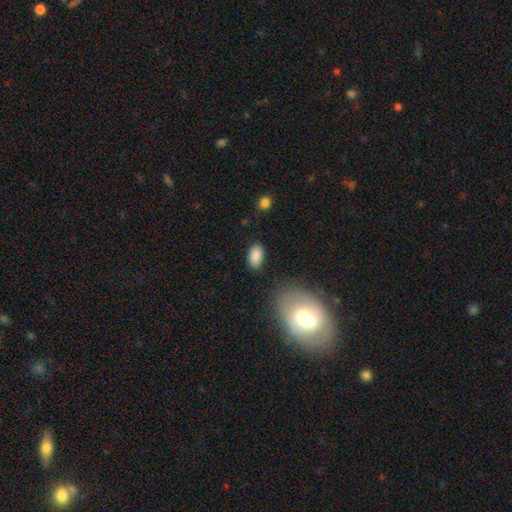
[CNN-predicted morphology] Overall: smooth (87%). How rounded: in between (92%). Merging: none (83%).